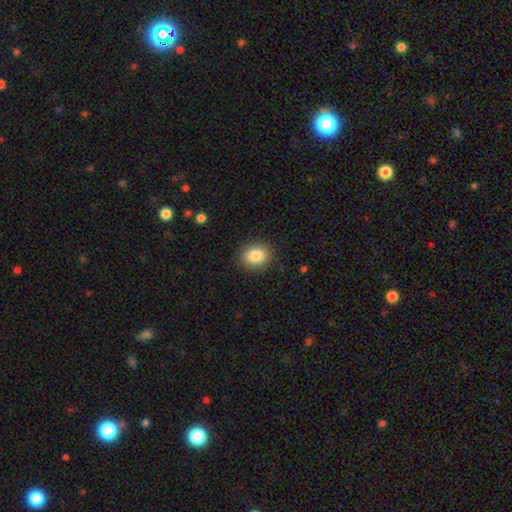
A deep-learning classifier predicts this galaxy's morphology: A smooth galaxy with no disk features (85%) that is round (62%).

Vote fractions:
- Smooth or featured? smooth: 85% / star or artifact: 9% / featured or disk: 6%
- How rounded? round: 62% / in between: 38% / cigar-shaped: 1%
- Merging? none: 89% / minor disturbance: 8% / major disturbance: 2% / merger: 1%